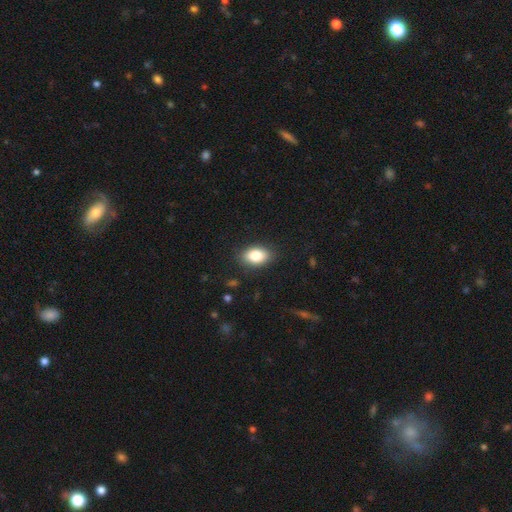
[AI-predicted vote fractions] The model was most divided on "how rounded": in between: 87%, round: 12%, cigar-shaped: 2%. More confident: merging — none (86%); smooth or featured — smooth (84%).